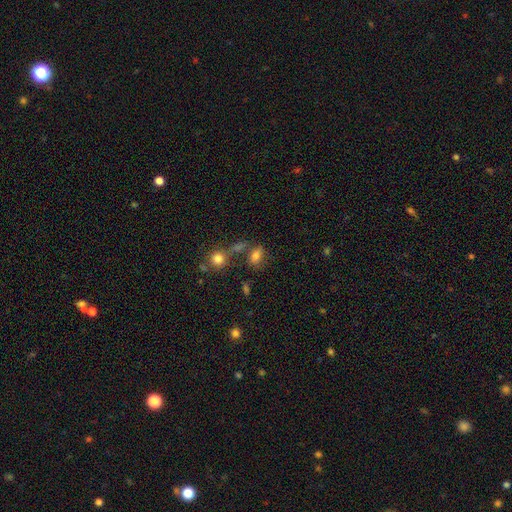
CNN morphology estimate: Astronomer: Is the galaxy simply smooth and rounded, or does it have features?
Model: smooth — 76%.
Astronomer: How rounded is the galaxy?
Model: in between — 80%.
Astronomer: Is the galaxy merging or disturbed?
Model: none — 60%.